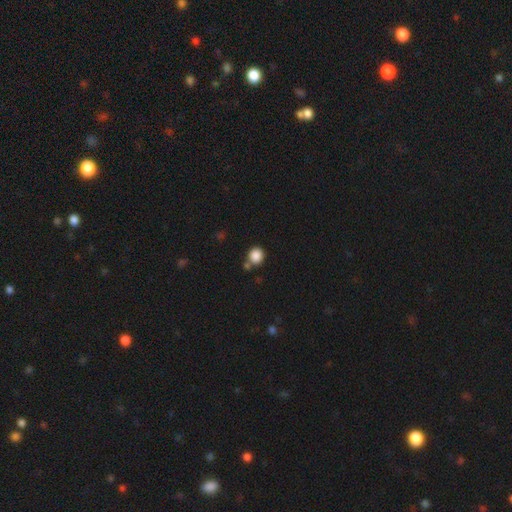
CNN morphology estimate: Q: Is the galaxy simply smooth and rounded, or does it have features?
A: smooth — 86%.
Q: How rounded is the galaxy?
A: round — 88%.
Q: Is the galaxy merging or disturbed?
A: none — 69%.